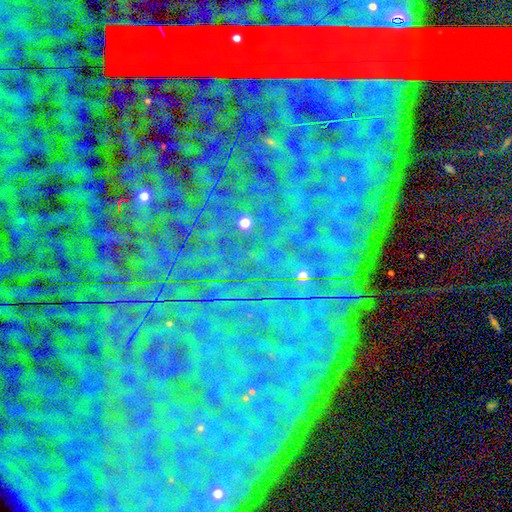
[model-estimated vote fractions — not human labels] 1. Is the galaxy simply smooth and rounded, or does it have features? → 84% star or artifact, 8% smooth, 8% featured or disk.